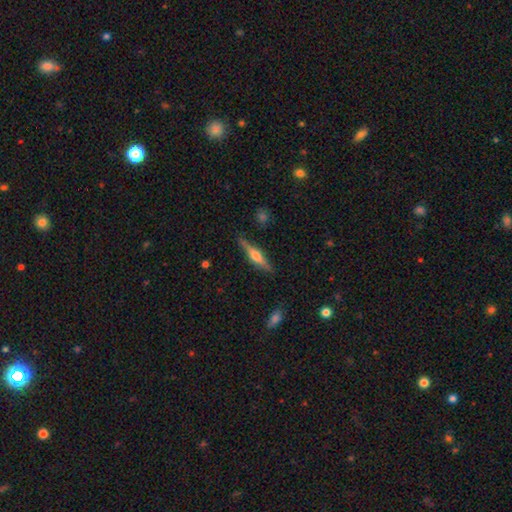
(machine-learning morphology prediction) Smooth or featured?
  - featured or disk: 61% *
  - smooth: 33%
  - star or artifact: 6%
Edge-on disk?
  - yes: 97% *
  - no: 3%
Edge-on bulge?
  - rounded: 81% *
  - boxy: 14%
  - none: 5%
Merging?
  - none: 87% *
  - minor disturbance: 10%
  - major disturbance: 2%
  - merger: 1%